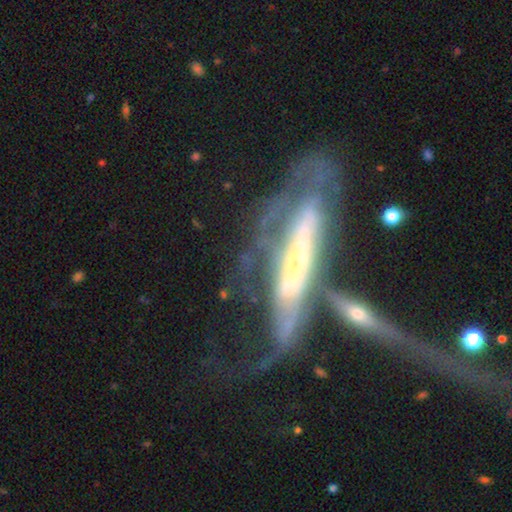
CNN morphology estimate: type=featured or disk (77%); edge-on=no (51%); merging=merger (37%).